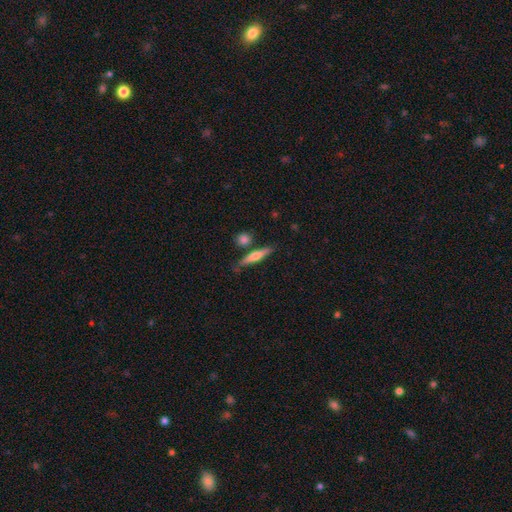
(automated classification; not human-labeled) Q: Smooth or featured?
A: smooth (57%); runner-up: featured or disk (37%)
Q: How rounded?
A: cigar-shaped (86%); runner-up: in between (11%)
Q: Merging?
A: none (76%); runner-up: minor disturbance (13%)